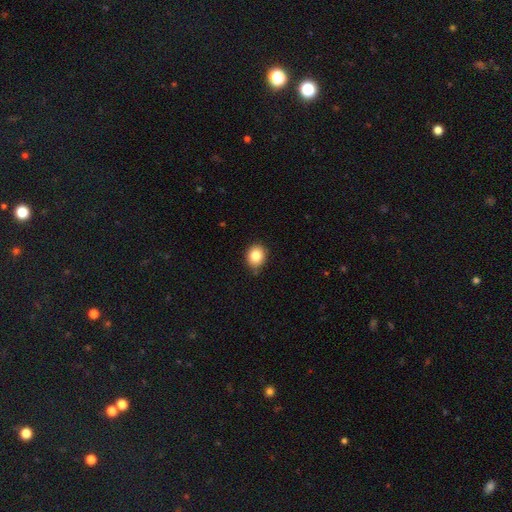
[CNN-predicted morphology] This appears to be a smooth galaxy with no disk features (83%) that is round (67%). Merging: none (83%).